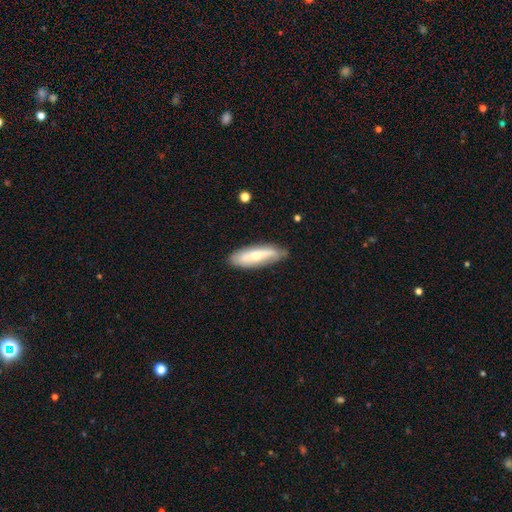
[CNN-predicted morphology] A smooth galaxy with no disk features (50%) that is in between round and cigar-shaped (52%).

Vote fractions:
- Smooth or featured? smooth: 50% / featured or disk: 44% / star or artifact: 6%
- How rounded? in between: 52% / cigar-shaped: 46% / round: 2%
- Merging? none: 78% / minor disturbance: 17% / major disturbance: 3% / merger: 2%